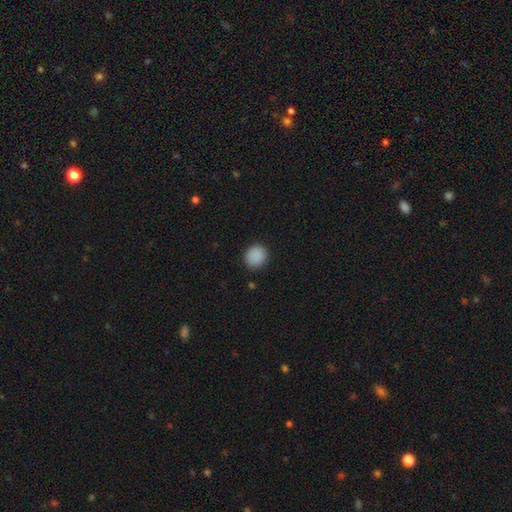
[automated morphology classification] A smooth galaxy with no disk features (89%) that is round (79%). Merging: none (87%).